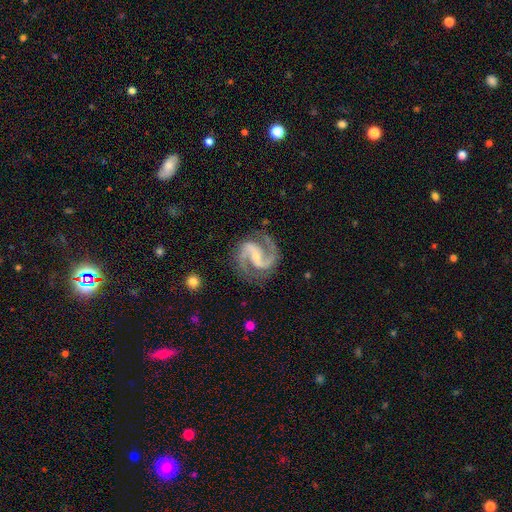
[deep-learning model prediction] smooth_or_featured: featured or disk (p=0.94) [alt: star or artifact p=0.04]
disk_edge_on: no (p=0.98) [alt: yes p=0.02]
bar: weak (p=0.39) [alt: strong p=0.32]
has_spiral_arms: yes (p=0.99) [alt: no p=0.01]
spiral_winding: medium (p=0.67) [alt: tight p=0.18]
spiral_arm_count: 2 (p=0.94) [alt: 3 p=0.02]
bulge_size: small (p=0.65) [alt: moderate p=0.29]
merging: none (p=0.82) [alt: minor disturbance p=0.12]